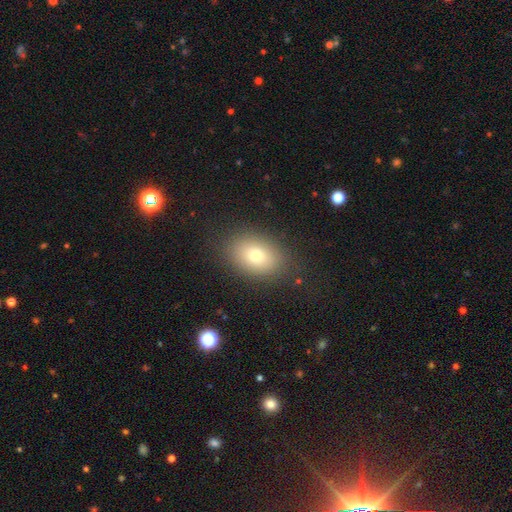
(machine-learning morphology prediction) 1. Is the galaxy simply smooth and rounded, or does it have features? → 74% smooth, 14% featured or disk, 12% star or artifact.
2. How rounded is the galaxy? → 75% in between, 24% round, 1% cigar-shaped.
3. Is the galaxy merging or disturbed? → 85% none, 10% minor disturbance, 4% major disturbance, 1% merger.